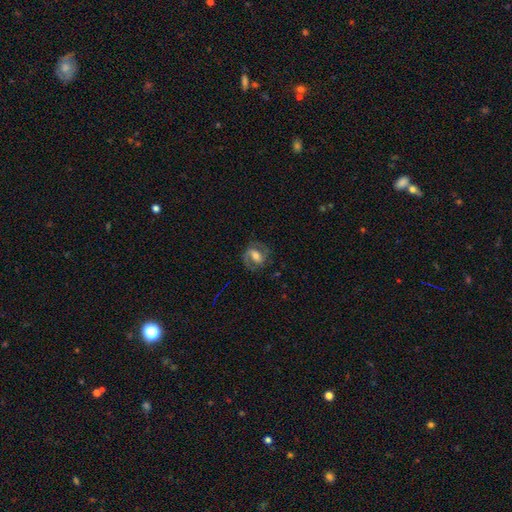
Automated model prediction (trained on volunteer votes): This appears to be a featured or disk galaxy (71%) with a weak bar (43%), 2 (84%) medium (51%) spiral arms (88%) and a moderate central bulge (60%). Merging: none (73%).